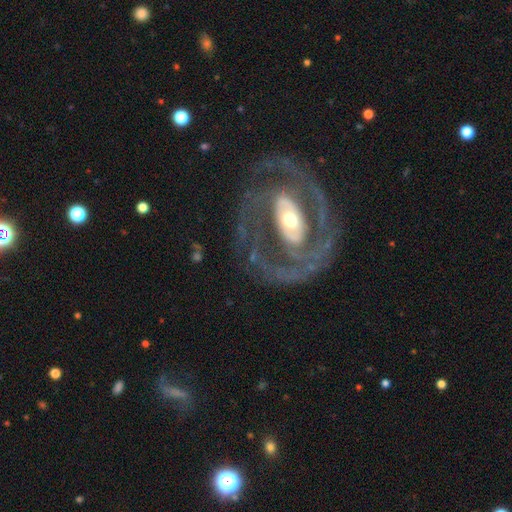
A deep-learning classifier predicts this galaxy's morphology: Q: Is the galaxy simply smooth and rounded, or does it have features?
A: featured or disk — 85%.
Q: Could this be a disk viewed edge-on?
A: no — 95%.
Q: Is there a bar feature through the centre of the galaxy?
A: strong — 37%.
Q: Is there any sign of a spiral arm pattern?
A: yes — 74%.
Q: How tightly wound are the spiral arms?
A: tight — 51%.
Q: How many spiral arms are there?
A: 2 — 66%.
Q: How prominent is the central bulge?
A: moderate — 56%.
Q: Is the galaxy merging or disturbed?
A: none — 71%.